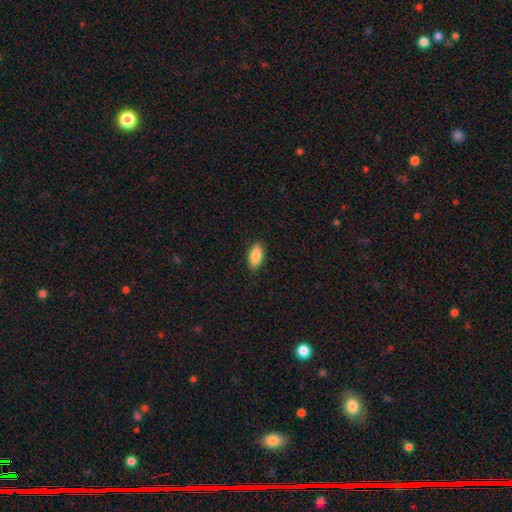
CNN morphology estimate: Smooth or featured? Predicted: smooth (p=0.88). How rounded? Predicted: in between (p=0.91). Merging? Predicted: none (p=0.88).